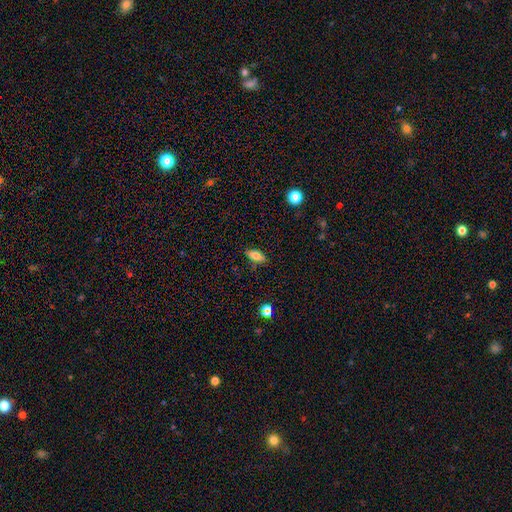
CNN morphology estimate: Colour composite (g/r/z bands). It shows a smooth galaxy with no disk features (71%) that is in between round and cigar-shaped (79%). Merging: none (84%).